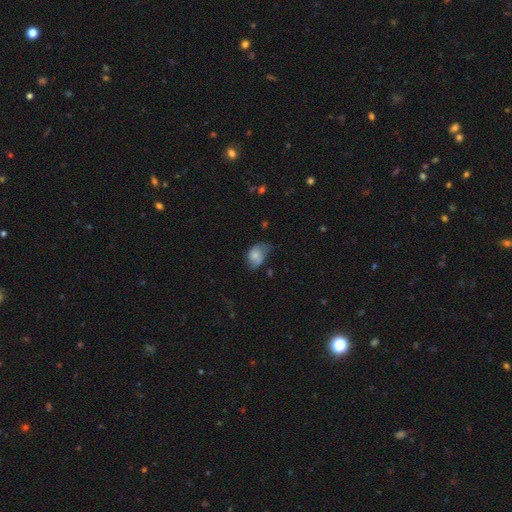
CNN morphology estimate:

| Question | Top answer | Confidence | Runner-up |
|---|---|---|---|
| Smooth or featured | smooth | 67% | featured or disk (25%) |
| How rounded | in between | 79% | round (20%) |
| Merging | minor disturbance | 39% | none (36%) |